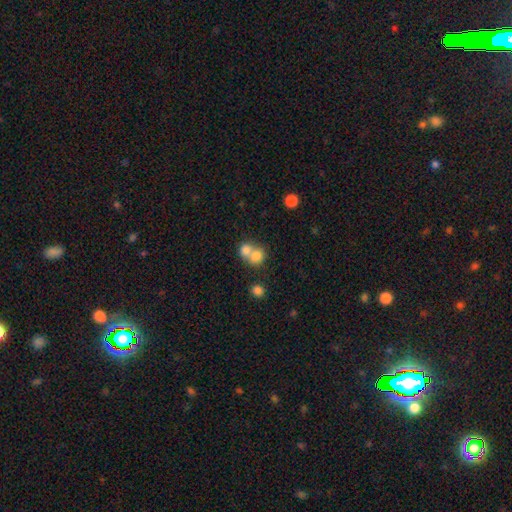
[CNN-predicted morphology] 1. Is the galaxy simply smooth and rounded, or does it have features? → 77% smooth, 13% featured or disk, 11% star or artifact.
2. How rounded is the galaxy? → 71% round, 28% in between, 1% cigar-shaped.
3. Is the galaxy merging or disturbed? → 62% merger, 30% none, 5% minor disturbance, 3% major disturbance.